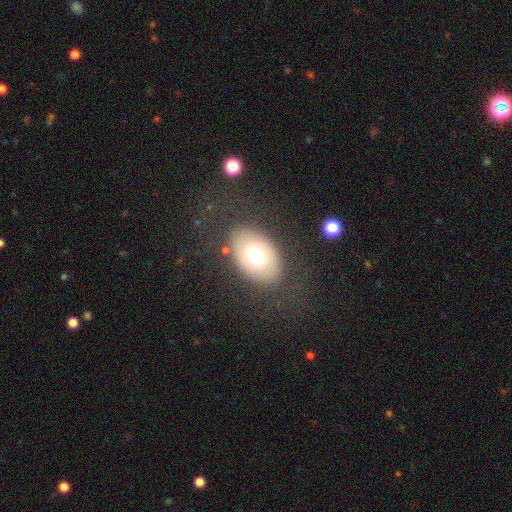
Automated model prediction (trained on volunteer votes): Smooth or featured? smooth (67%)
How rounded? in between (80%)
Merging? none (78%)